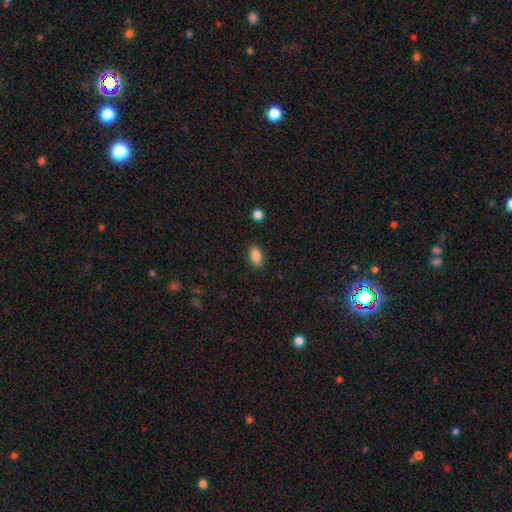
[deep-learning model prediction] Smooth or featured? Predicted: smooth (p=0.86). How rounded? Predicted: in between (p=0.88). Merging? Predicted: none (p=0.85).